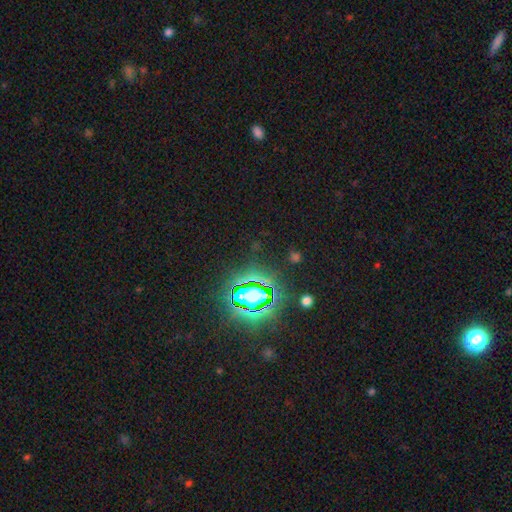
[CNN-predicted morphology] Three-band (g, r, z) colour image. It shows a star or artifact, not a galaxy (80%).